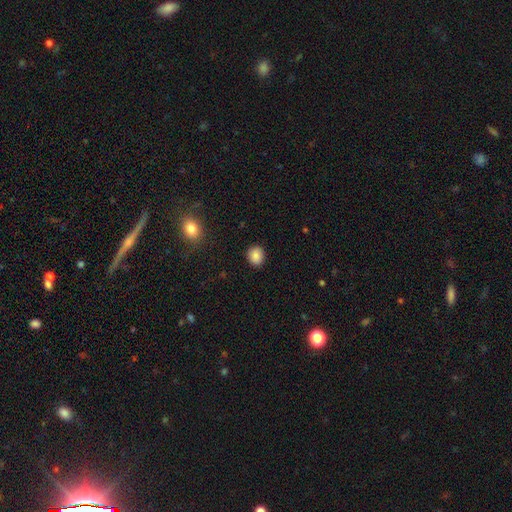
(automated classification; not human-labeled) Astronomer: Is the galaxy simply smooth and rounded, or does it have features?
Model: smooth — 87%.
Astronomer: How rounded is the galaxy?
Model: round — 70%.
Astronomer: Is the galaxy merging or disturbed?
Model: none — 89%.